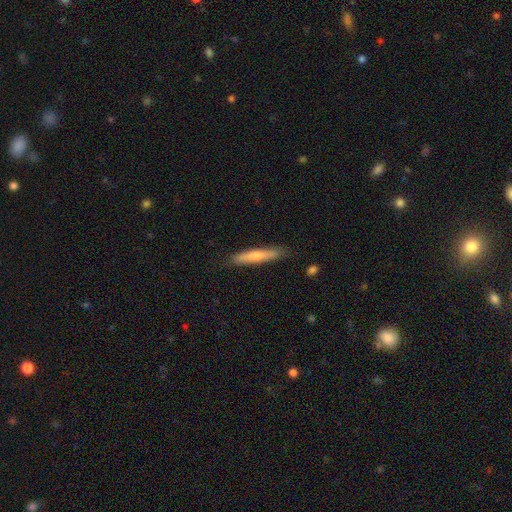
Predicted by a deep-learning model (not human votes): smooth 68%, featured or disk 27%, star or artifact 5%. Down the decision tree: how rounded — cigar-shaped (92%); merging — none (85%).